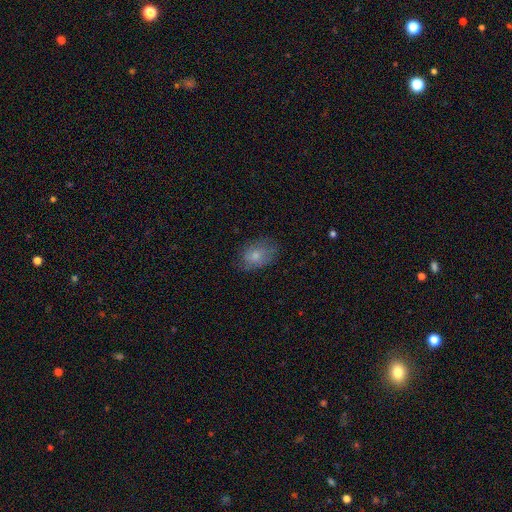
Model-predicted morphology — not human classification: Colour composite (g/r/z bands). It shows a smooth galaxy with no disk features (73%) that is in between round and cigar-shaped (81%). Merging: none (70%).